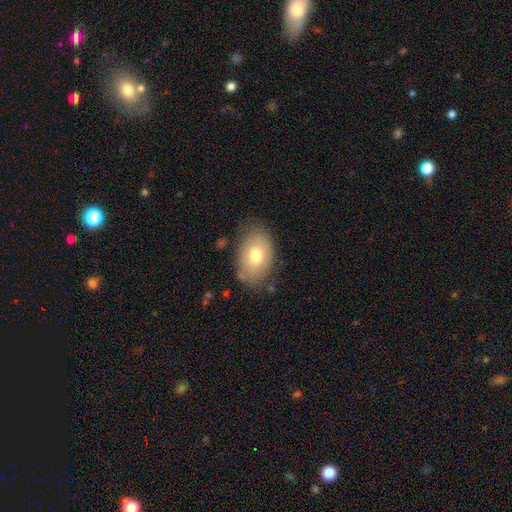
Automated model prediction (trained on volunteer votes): Smooth or featured: smooth — 68% (featured or disk — 25%)
How rounded: in between — 88% (round — 11%)
Merging: none — 76% (minor disturbance — 18%)